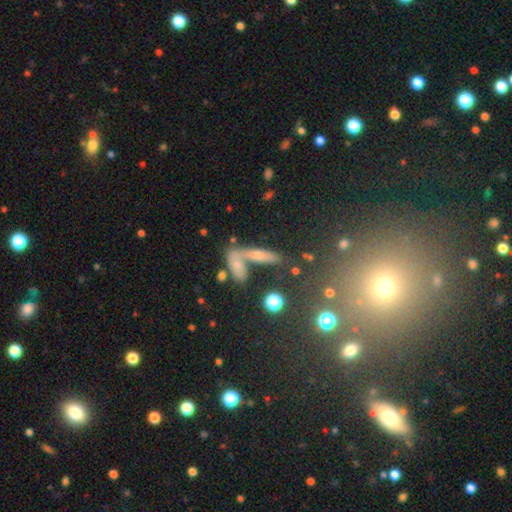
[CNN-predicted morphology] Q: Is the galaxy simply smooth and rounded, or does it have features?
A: smooth — 47%.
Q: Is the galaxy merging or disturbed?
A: merger — 43%.